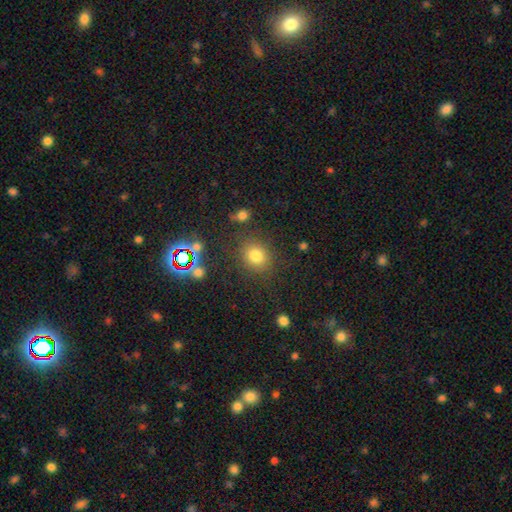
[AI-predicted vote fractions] Morphology: type=smooth (77%); roundness=round (75%); merging=none (80%).